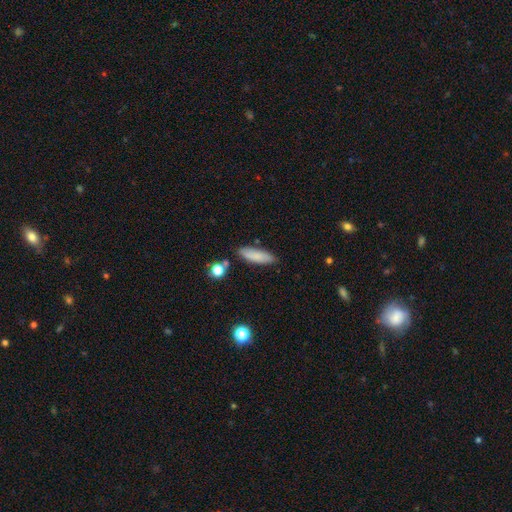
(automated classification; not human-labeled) smooth-or-featured: smooth: 81% | featured or disk: 11% | star or artifact: 8%
  how-rounded: cigar-shaped: 51% | in between: 47% | round: 2%
  merging: none: 80% | minor disturbance: 13% | merger: 4% | major disturbance: 3%